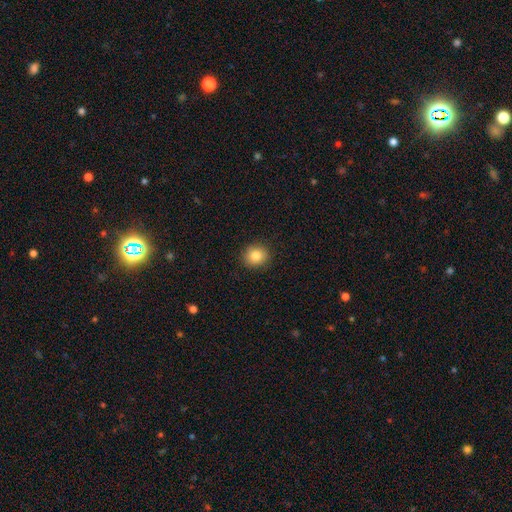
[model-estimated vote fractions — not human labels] A smooth galaxy with no disk features (84%) that is round (81%). Merging: none (90%).